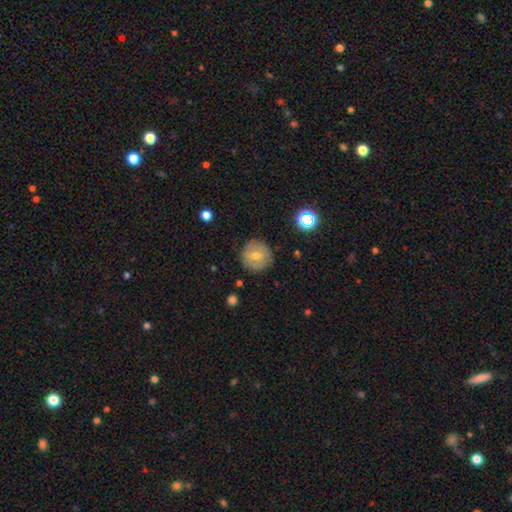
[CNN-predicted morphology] smooth 51%, featured or disk 35%, star or artifact 14%. Down the decision tree: how rounded — round (93%); merging — none (85%).